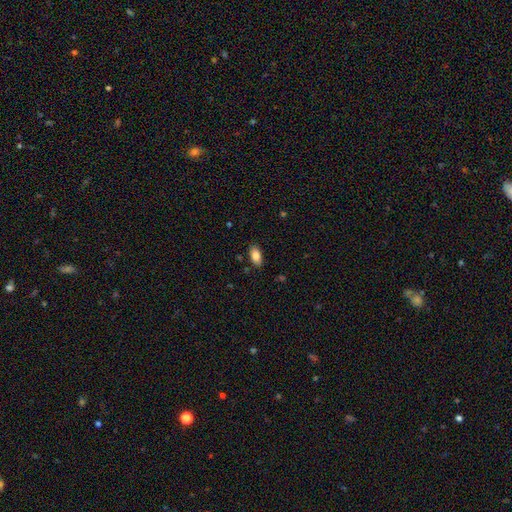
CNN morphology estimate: The model was most divided on "smooth or featured": smooth: 84%, featured or disk: 9%, star or artifact: 8%. More confident: how rounded — in between (92%); merging — none (86%).